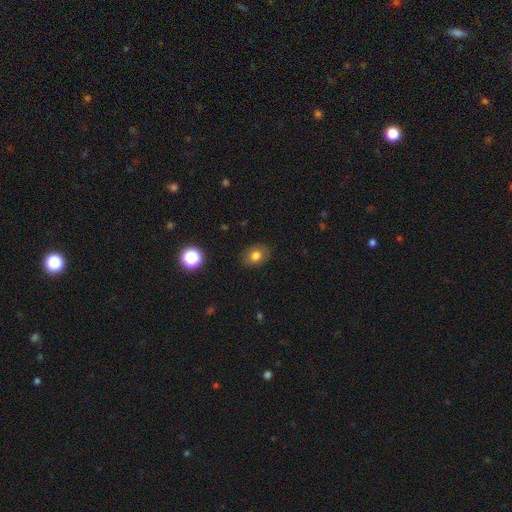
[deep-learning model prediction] smooth-or-featured: smooth: 79% | star or artifact: 12% | featured or disk: 9%
  how-rounded: in between: 62% | round: 37% | cigar-shaped: 1%
  merging: none: 85% | minor disturbance: 11% | major disturbance: 3% | merger: 1%